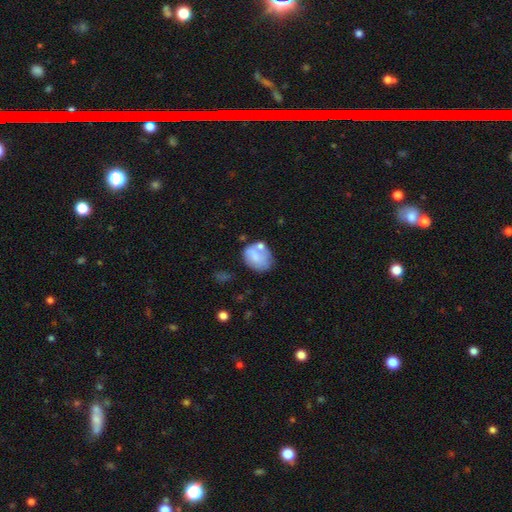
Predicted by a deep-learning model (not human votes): Morphology: type=smooth (70%); roundness=in between (63%); merging=none (46%).